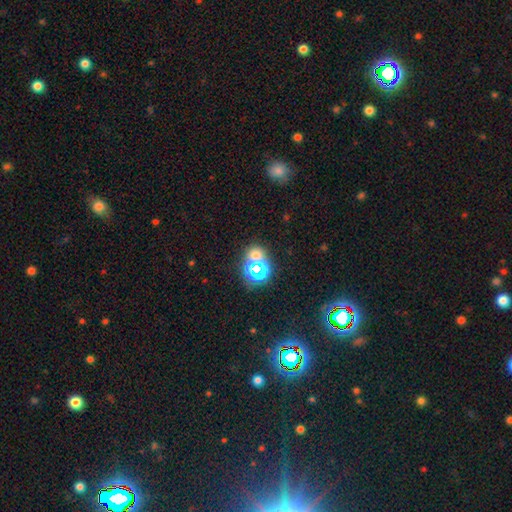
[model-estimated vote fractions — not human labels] star or artifact 45%, smooth 44%, featured or disk 11%.